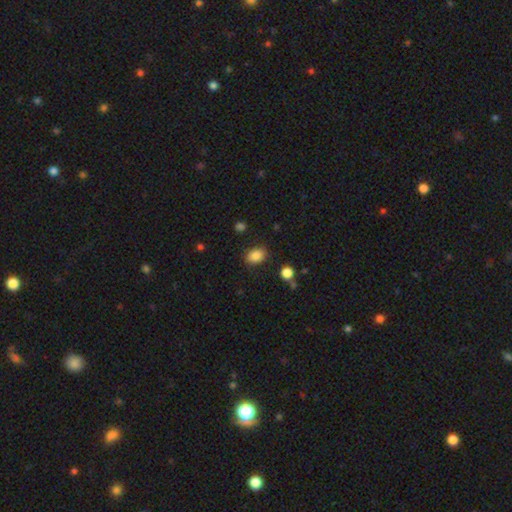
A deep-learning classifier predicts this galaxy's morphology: smooth-or-featured: smooth: 85% | star or artifact: 9% | featured or disk: 5%
  how-rounded: in between: 73% | round: 26% | cigar-shaped: 1%
  merging: none: 81% | minor disturbance: 13% | major disturbance: 3% | merger: 2%